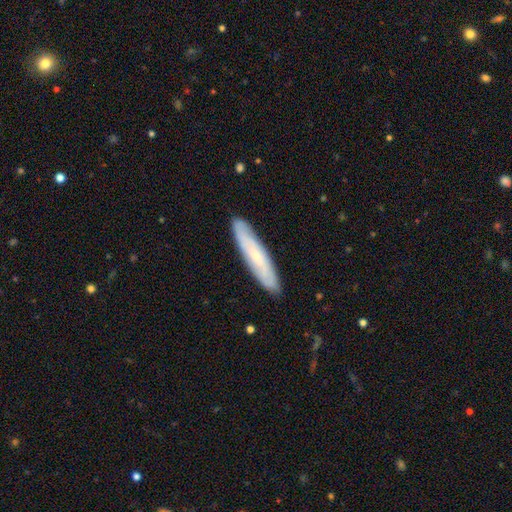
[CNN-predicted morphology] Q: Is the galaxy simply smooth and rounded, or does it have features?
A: featured or disk — 49%.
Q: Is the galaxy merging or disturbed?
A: none — 88%.